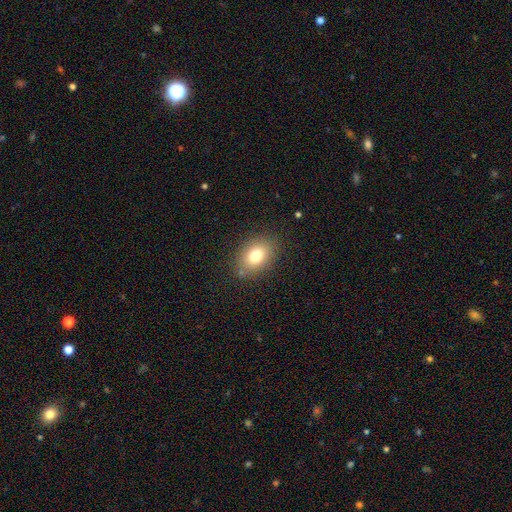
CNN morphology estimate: The model was most divided on "how rounded": in between: 77%, round: 22%, cigar-shaped: 1%. More confident: merging — none (84%); smooth or featured — smooth (76%).